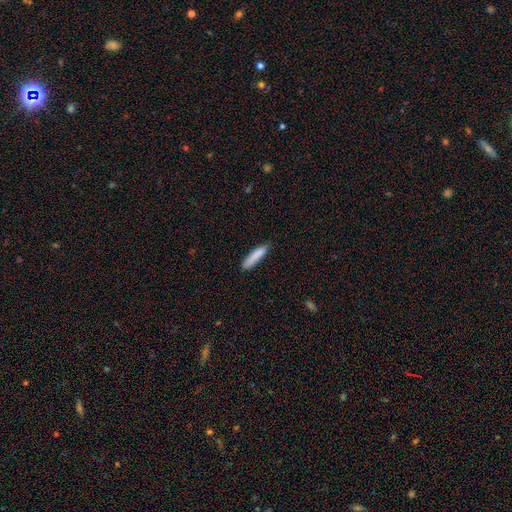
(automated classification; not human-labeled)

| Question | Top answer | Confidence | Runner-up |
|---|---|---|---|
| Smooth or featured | smooth | 84% | featured or disk (9%) |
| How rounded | cigar-shaped | 87% | in between (12%) |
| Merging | none | 83% | minor disturbance (13%) |